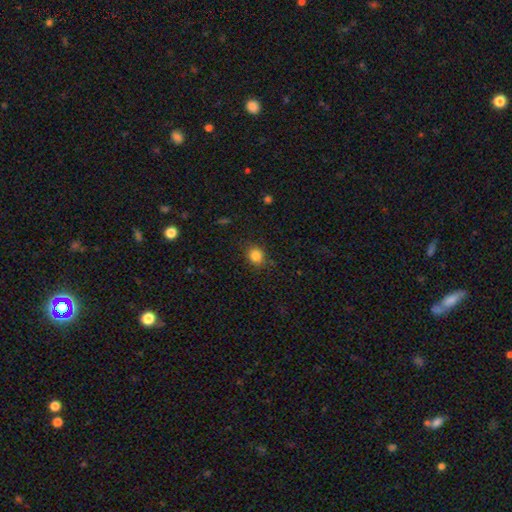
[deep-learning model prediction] Smooth or featured? Predicted: smooth (p=0.83). How rounded? Predicted: round (p=0.80). Merging? Predicted: none (p=0.84).